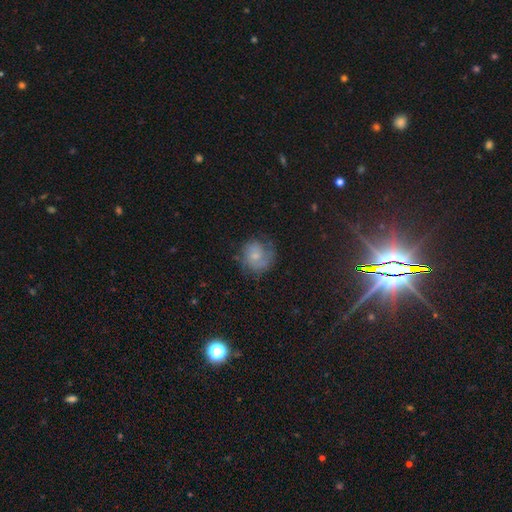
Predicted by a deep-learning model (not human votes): Q: Smooth or featured?
A: smooth (51%); runner-up: featured or disk (39%)
Q: How rounded?
A: round (82%); runner-up: in between (17%)
Q: Merging?
A: none (62%); runner-up: minor disturbance (24%)